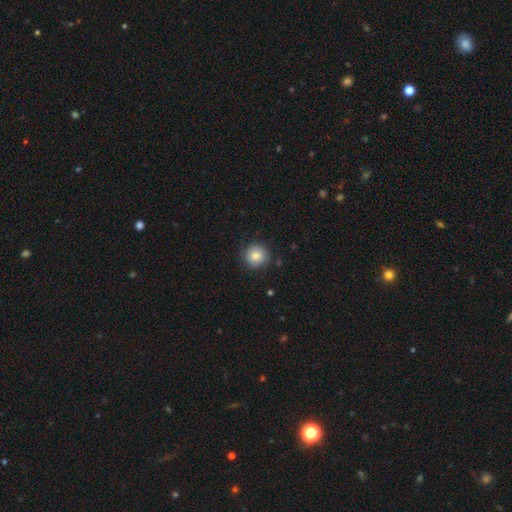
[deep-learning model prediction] smooth-or-featured: smooth: 84% | star or artifact: 9% | featured or disk: 7%
  how-rounded: round: 94% | in between: 5% | cigar-shaped: 1%
  merging: none: 88% | minor disturbance: 8% | major disturbance: 2% | merger: 1%